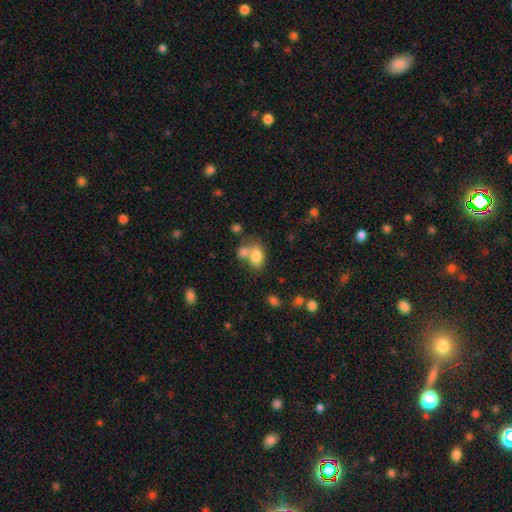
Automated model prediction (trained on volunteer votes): This appears to be a smooth galaxy with no disk features (80%) that is in between round and cigar-shaped (82%). Merging: none (43%).